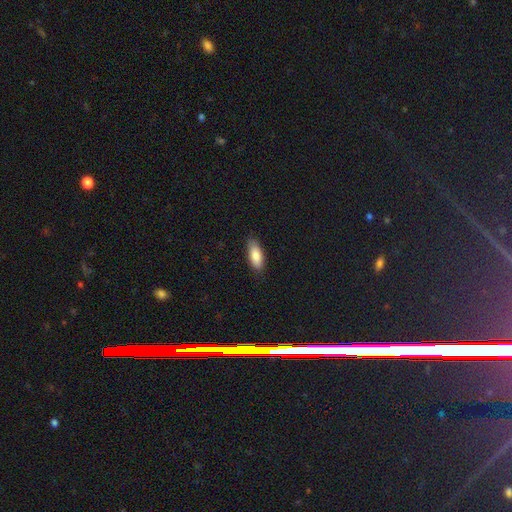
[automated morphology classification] smooth 84%, featured or disk 10%, star or artifact 6%. Down the decision tree: how rounded — in between (76%); merging — none (84%).